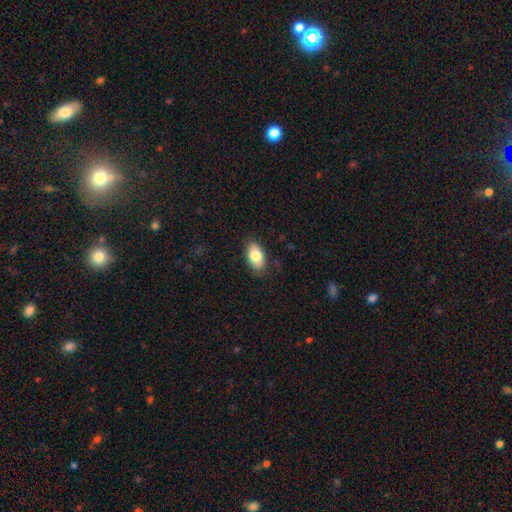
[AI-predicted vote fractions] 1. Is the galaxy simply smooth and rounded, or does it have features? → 82% smooth, 11% featured or disk, 7% star or artifact.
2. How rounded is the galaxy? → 92% in between, 6% round, 2% cigar-shaped.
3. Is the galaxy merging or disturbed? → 84% none, 13% minor disturbance, 3% major disturbance, 1% merger.